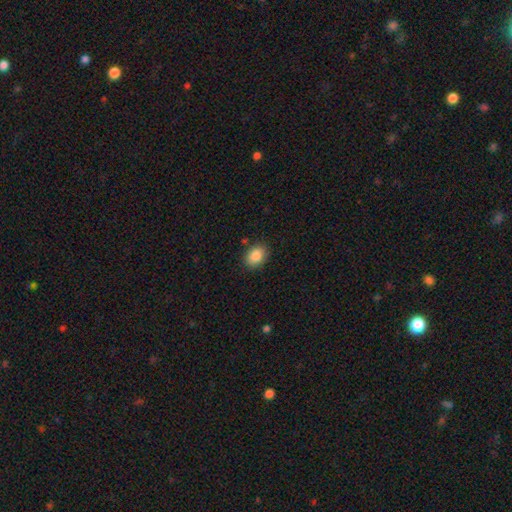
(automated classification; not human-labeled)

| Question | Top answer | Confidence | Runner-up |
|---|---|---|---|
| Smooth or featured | smooth | 87% | star or artifact (8%) |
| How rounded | in between | 71% | round (28%) |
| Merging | none | 85% | minor disturbance (10%) |